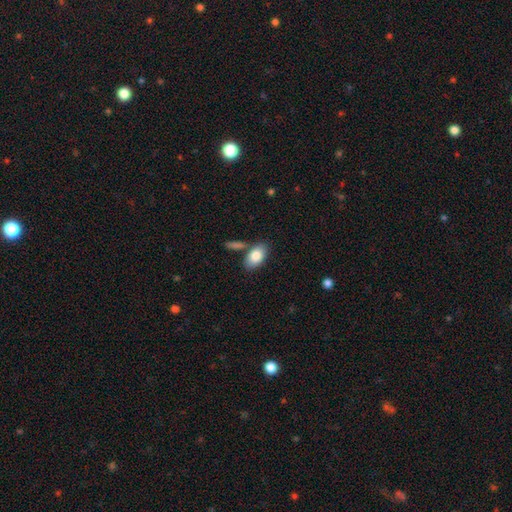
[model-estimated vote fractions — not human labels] This appears to be a smooth galaxy with no disk features (83%) that is in between round and cigar-shaped (92%). Merging: none (72%).